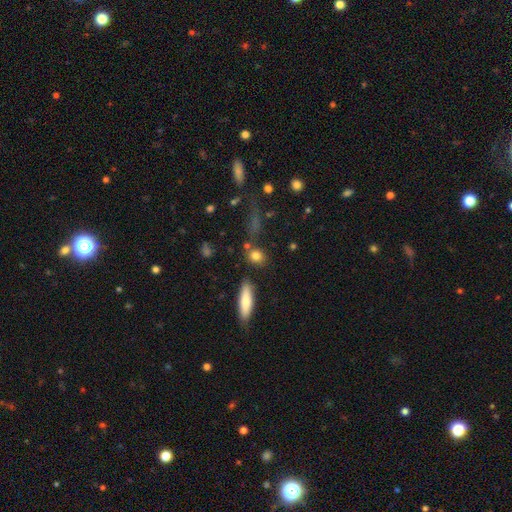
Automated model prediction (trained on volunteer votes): Morphology: type=smooth (82%); roundness=round (58%); merging=none (74%).